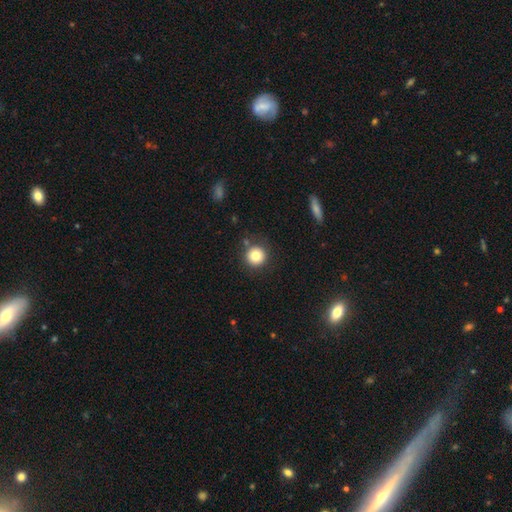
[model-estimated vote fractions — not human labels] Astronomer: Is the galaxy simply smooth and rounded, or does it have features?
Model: smooth — 81%.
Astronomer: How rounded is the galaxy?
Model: round — 94%.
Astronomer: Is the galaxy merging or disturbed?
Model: none — 85%.